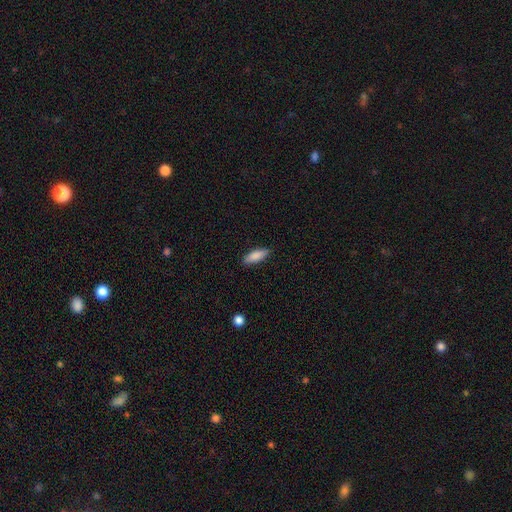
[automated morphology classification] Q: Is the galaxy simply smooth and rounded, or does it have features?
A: smooth — 86%.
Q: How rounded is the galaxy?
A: in between — 58%.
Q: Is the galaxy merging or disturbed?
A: none — 87%.